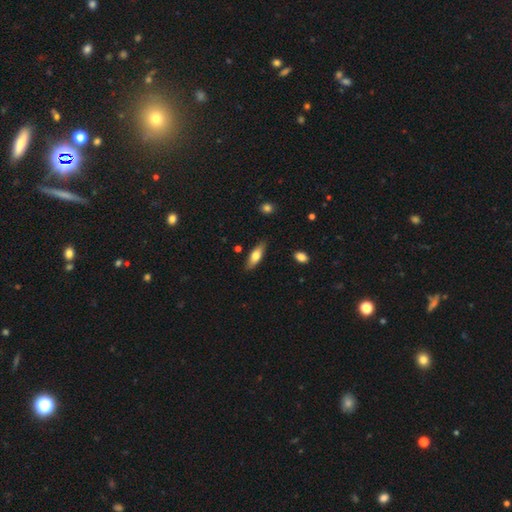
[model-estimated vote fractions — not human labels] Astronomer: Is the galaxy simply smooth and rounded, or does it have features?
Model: smooth — 67%.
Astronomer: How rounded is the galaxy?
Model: in between — 58% (runner-up: cigar-shaped, 39%).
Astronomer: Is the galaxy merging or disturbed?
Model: none — 84%.